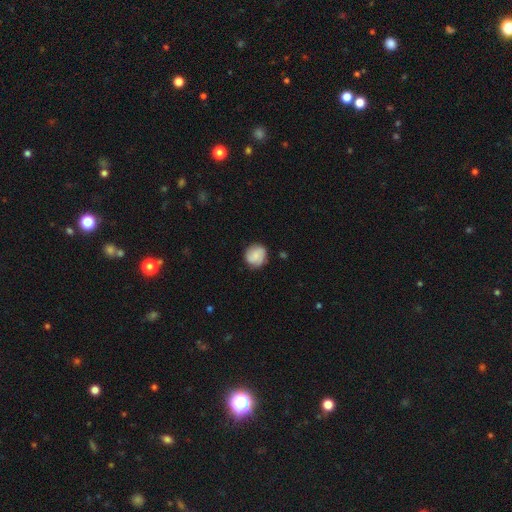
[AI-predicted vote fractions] smooth 59%, featured or disk 33%, star or artifact 8%. Down the decision tree: how rounded — round (85%); merging — none (81%).